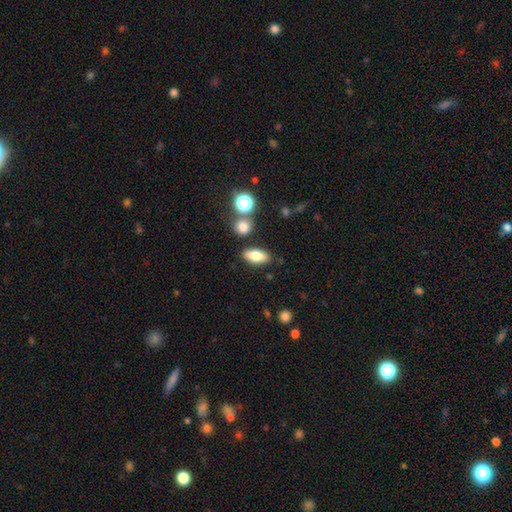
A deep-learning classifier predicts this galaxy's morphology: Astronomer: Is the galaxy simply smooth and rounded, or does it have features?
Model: smooth — 74%.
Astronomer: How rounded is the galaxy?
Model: in between — 80%.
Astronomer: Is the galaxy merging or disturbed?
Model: none — 83%.